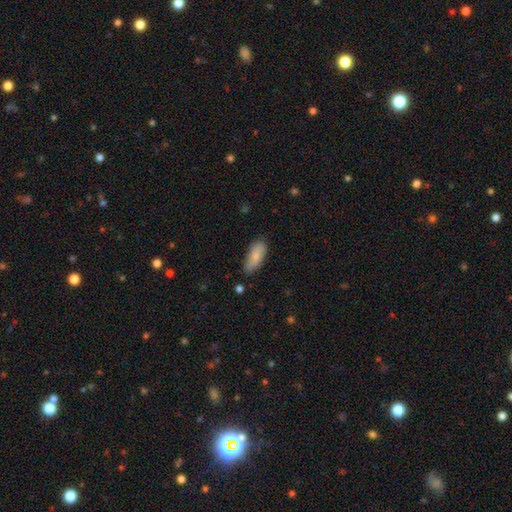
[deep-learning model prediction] smooth_or_featured: smooth (p=0.83) [alt: featured or disk p=0.11]
how_rounded: in between (p=0.80) [alt: cigar-shaped p=0.18]
merging: none (p=0.73) [alt: minor disturbance p=0.21]